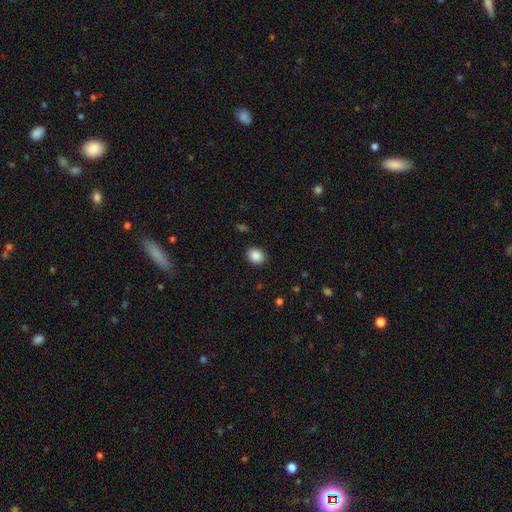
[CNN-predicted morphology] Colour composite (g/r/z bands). It shows a smooth galaxy with no disk features (88%) that is round (60%). Merging: none (90%).